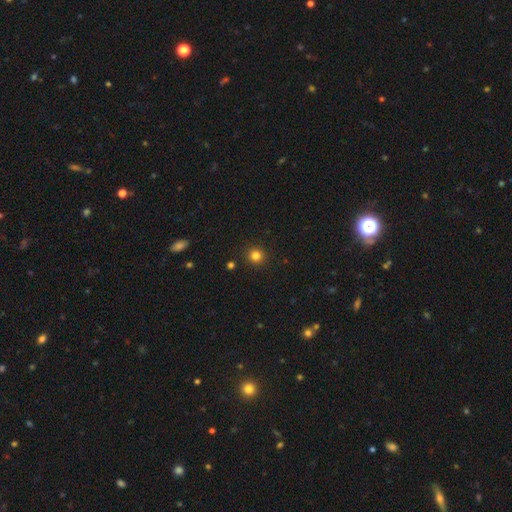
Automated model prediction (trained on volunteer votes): A smooth galaxy with no disk features (81%) that is round (92%). Merging: none (92%).